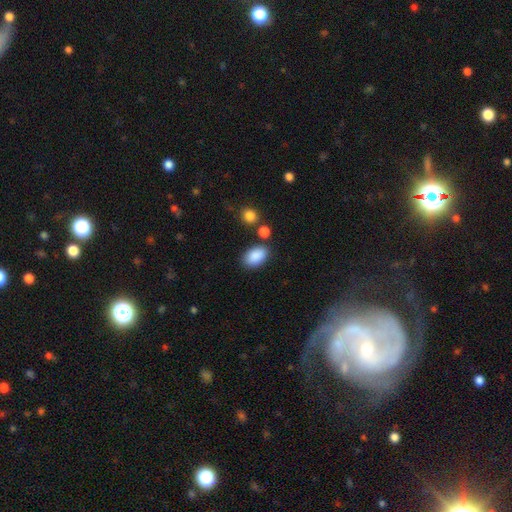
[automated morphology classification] The model was most divided on "merging": none: 77%, minor disturbance: 12%, merger: 7%, major disturbance: 3%. More confident: how rounded — in between (92%); smooth or featured — smooth (89%).